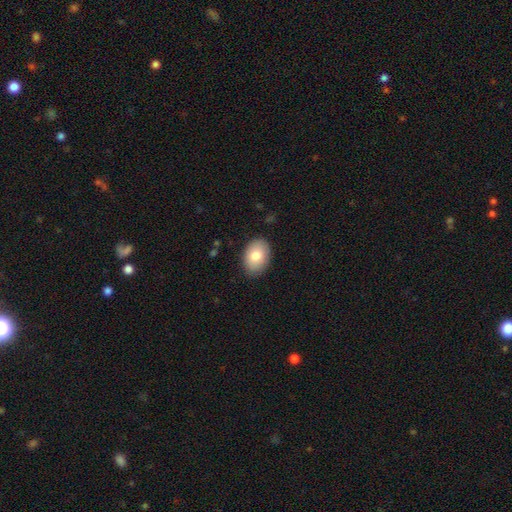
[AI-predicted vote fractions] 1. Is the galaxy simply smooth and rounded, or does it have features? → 80% smooth, 13% featured or disk, 7% star or artifact.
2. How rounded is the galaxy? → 83% in between, 16% round, 1% cigar-shaped.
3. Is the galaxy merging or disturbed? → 87% none, 10% minor disturbance, 2% major disturbance, 1% merger.